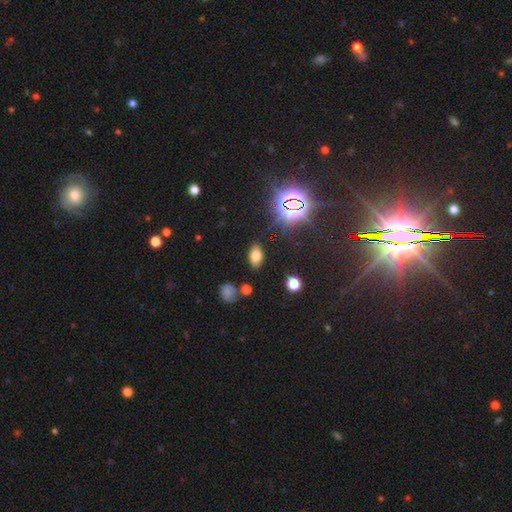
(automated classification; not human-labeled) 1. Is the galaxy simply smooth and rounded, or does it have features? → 69% smooth, 20% star or artifact, 10% featured or disk.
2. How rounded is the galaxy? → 91% in between, 6% round, 3% cigar-shaped.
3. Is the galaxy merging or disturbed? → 85% none, 10% minor disturbance, 3% major disturbance, 3% merger.